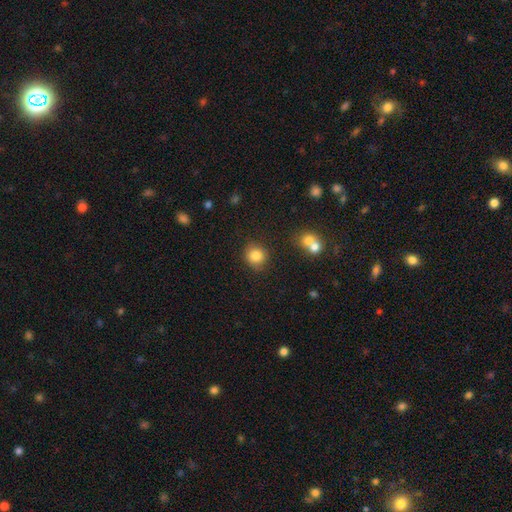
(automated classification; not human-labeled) Morphology: type=smooth (84%); roundness=round (85%); merging=none (82%).